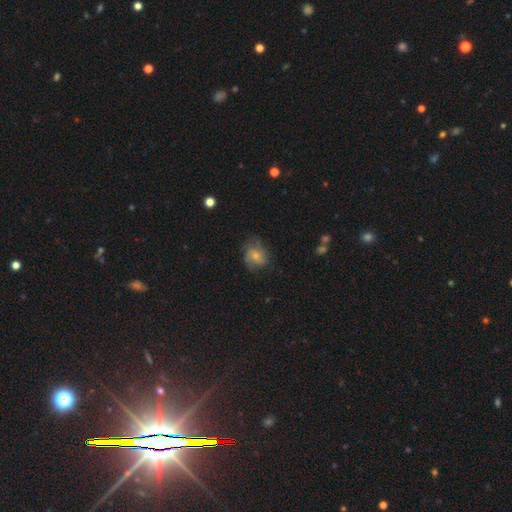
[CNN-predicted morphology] A smooth galaxy with no disk features (51%) that is round (50%). Merging: none (59%).